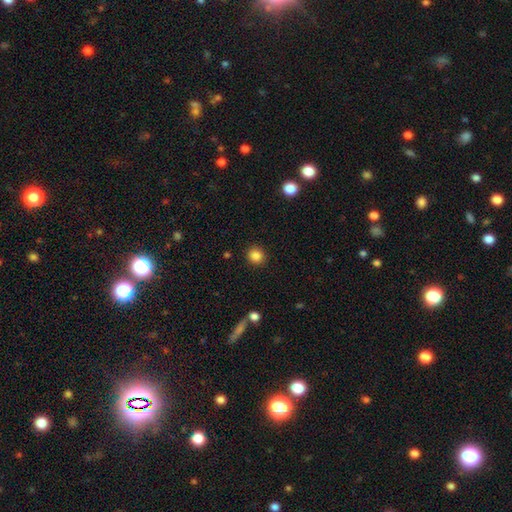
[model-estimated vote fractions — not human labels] Smooth or featured: smooth — 86% (star or artifact — 10%)
How rounded: round — 88% (in between — 12%)
Merging: none — 90% (minor disturbance — 6%)